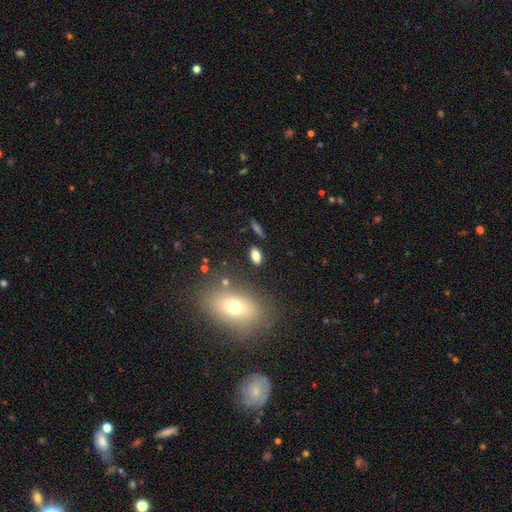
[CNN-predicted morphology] A smooth galaxy with no disk features (79%) that is in between round and cigar-shaped (84%). Merging: none (81%).